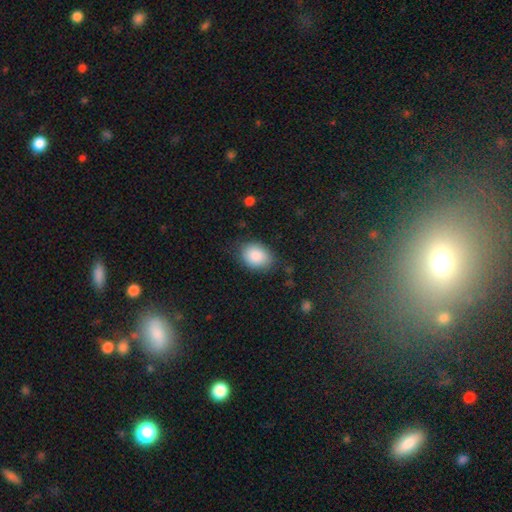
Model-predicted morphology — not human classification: smooth 87%, star or artifact 7%, featured or disk 6%. Down the decision tree: how rounded — in between (72%); merging — none (78%).